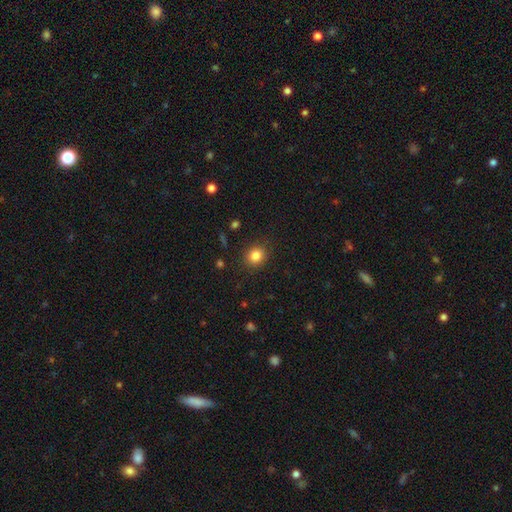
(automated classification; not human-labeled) smooth 84%, star or artifact 11%, featured or disk 5%. Down the decision tree: how rounded — round (73%); merging — none (88%).